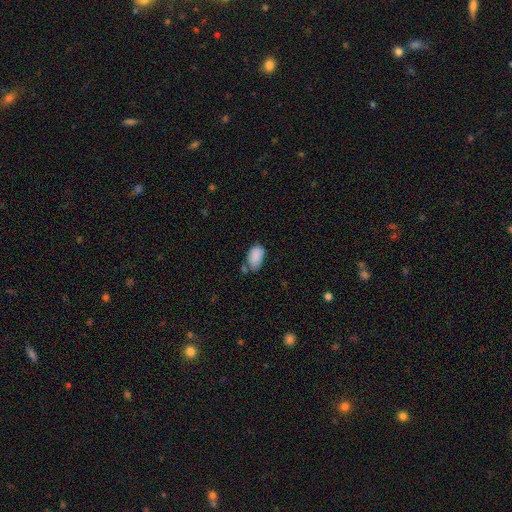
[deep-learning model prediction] A smooth galaxy with no disk features (85%) that is in between round and cigar-shaped (92%).

Vote fractions:
- Smooth or featured? smooth: 85% / star or artifact: 8% / featured or disk: 7%
- How rounded? in between: 92% / round: 6% / cigar-shaped: 1%
- Merging? none: 48% / minor disturbance: 30% / merger: 14% / major disturbance: 8%